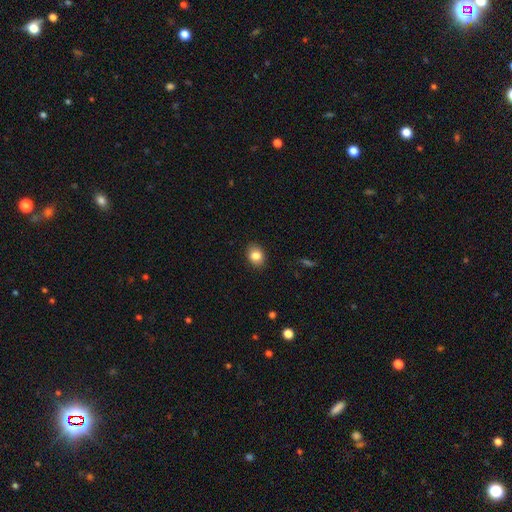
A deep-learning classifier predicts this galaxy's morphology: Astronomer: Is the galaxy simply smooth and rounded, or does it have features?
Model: smooth — 84%.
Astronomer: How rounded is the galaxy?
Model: in between — 58% (runner-up: round, 41%).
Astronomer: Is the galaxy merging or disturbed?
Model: none — 88%.